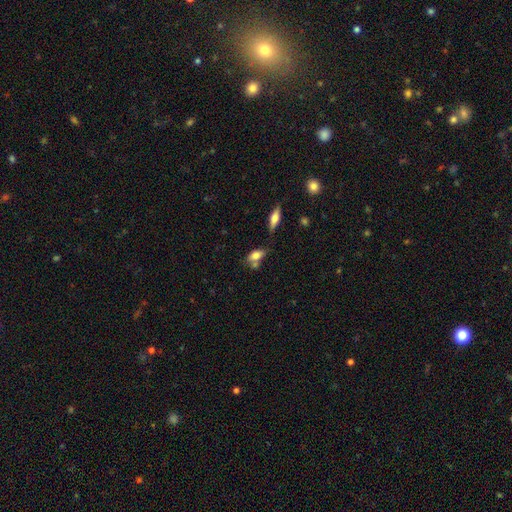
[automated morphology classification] smooth_or_featured: smooth (p=0.72) [alt: featured or disk p=0.19]
how_rounded: in between (p=0.83) [alt: cigar-shaped p=0.11]
merging: none (p=0.49) [alt: merger p=0.27]